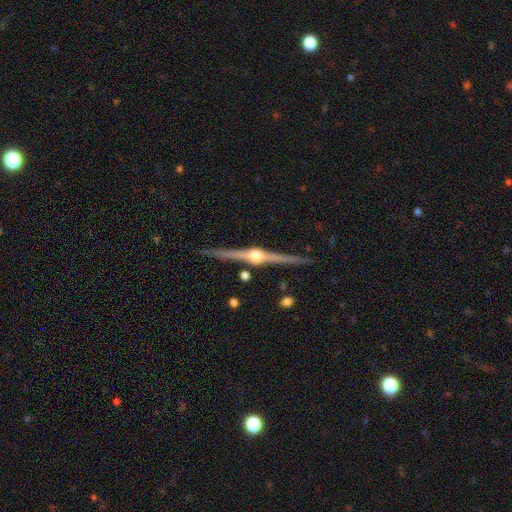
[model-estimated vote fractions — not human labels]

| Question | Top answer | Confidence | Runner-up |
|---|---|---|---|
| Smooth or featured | featured or disk | 90% | star or artifact (5%) |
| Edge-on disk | yes | 99% | no (1%) |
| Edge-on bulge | rounded | 95% | boxy (3%) |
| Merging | none | 89% | minor disturbance (8%) |